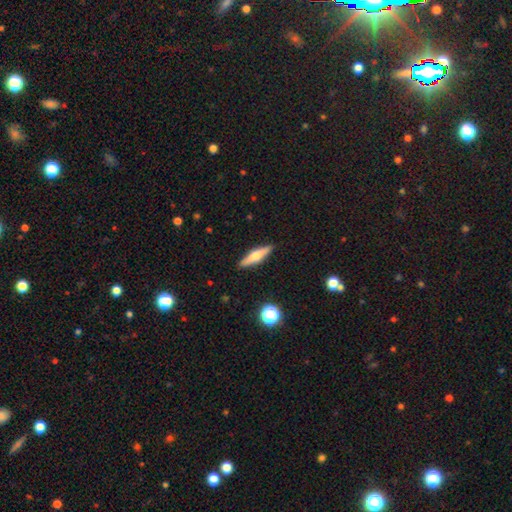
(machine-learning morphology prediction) Smooth or featured?
  - smooth: 48% *
  - featured or disk: 46%
  - star or artifact: 7%
Merging?
  - none: 90% *
  - minor disturbance: 7%
  - major disturbance: 2%
  - merger: 1%